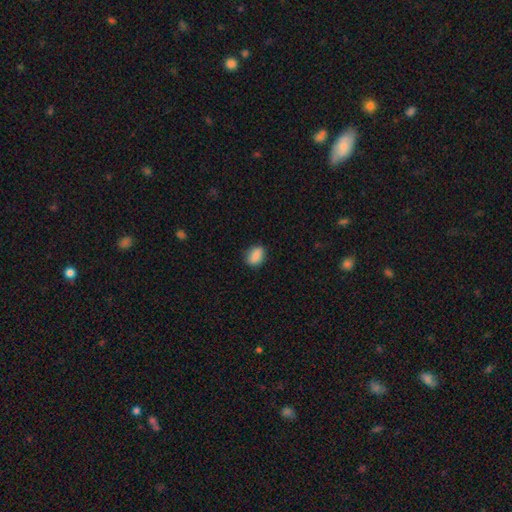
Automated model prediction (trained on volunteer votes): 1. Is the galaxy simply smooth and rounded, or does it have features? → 86% smooth, 8% star or artifact, 6% featured or disk.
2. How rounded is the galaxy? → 73% in between, 25% round, 2% cigar-shaped.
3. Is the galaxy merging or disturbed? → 82% none, 14% minor disturbance, 3% major disturbance, 1% merger.